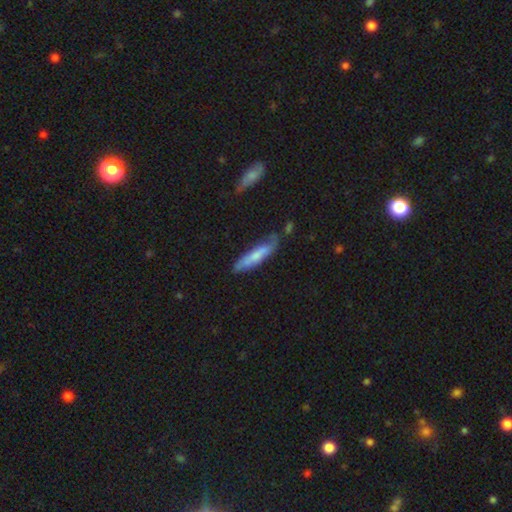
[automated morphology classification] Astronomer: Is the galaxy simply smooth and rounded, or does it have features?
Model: smooth — 54% (runner-up: featured or disk, 40%).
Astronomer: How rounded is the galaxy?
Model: cigar-shaped — 77%.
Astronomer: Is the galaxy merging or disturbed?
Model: none — 62%.